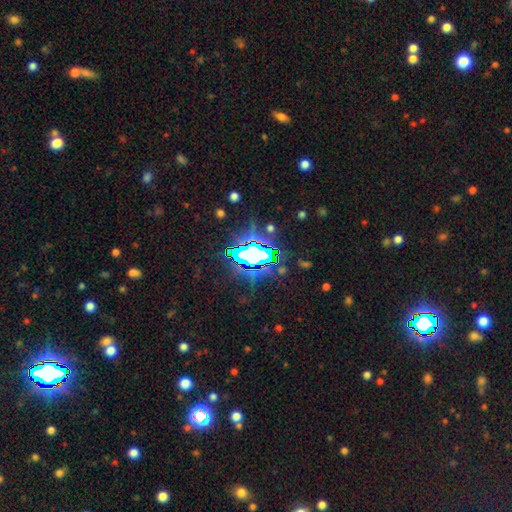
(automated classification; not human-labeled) A star or artifact, not a galaxy (73%).